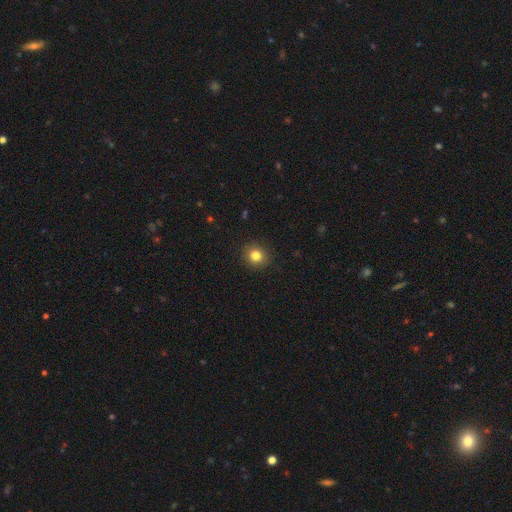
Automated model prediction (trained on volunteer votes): smooth_or_featured: smooth (p=0.82) [alt: star or artifact p=0.12]
how_rounded: round (p=0.87) [alt: in between p=0.12]
merging: none (p=0.91) [alt: minor disturbance p=0.06]